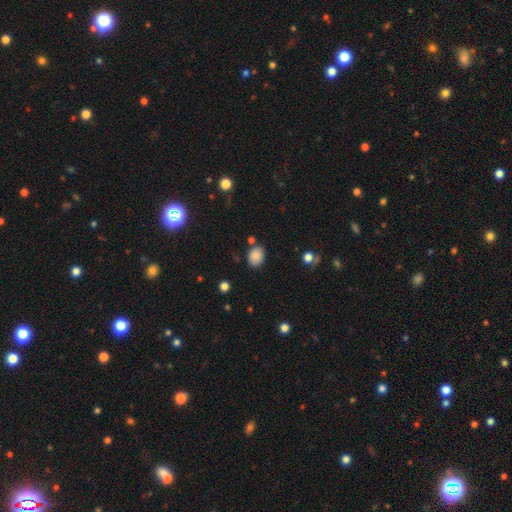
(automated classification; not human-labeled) Q: Smooth or featured?
A: smooth (86%); runner-up: star or artifact (10%)
Q: How rounded?
A: in between (63%); runner-up: round (36%)
Q: Merging?
A: none (77%); runner-up: minor disturbance (15%)